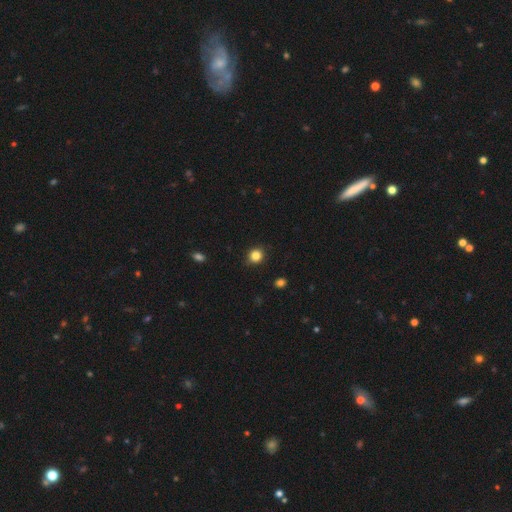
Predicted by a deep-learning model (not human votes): smooth-or-featured: smooth: 84% | star or artifact: 11% | featured or disk: 4%
  how-rounded: round: 85% | in between: 15% | cigar-shaped: 1%
  merging: none: 89% | minor disturbance: 8% | major disturbance: 2% | merger: 1%